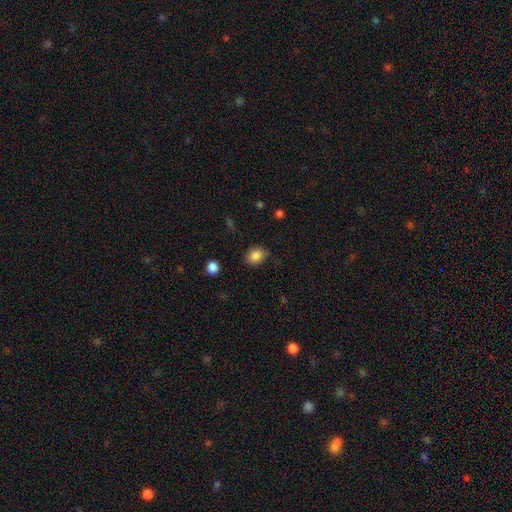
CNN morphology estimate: Smooth or featured: smooth — 86% (star or artifact — 9%)
How rounded: round — 50% (in between — 49%)
Merging: none — 82% (minor disturbance — 13%)